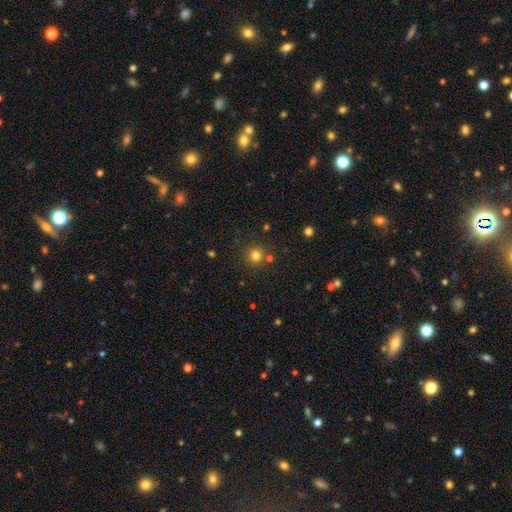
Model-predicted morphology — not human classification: Smooth or featured?
  - smooth: 78% *
  - star or artifact: 16%
  - featured or disk: 6%
How rounded?
  - round: 94% *
  - in between: 5%
  - cigar-shaped: 1%
Merging?
  - none: 81% *
  - merger: 10%
  - minor disturbance: 7%
  - major disturbance: 3%